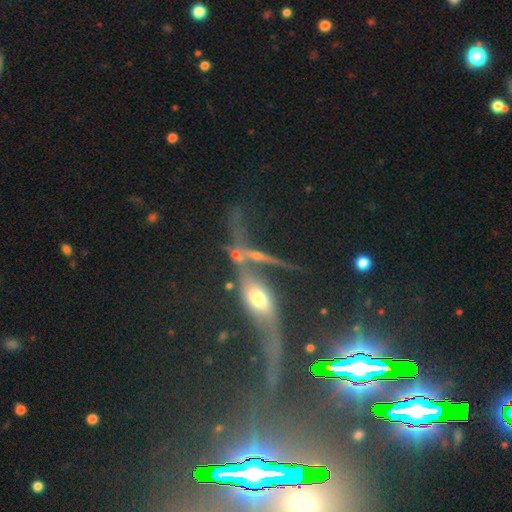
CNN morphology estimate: A featured or disk galaxy (60%). Merging: none (37%).